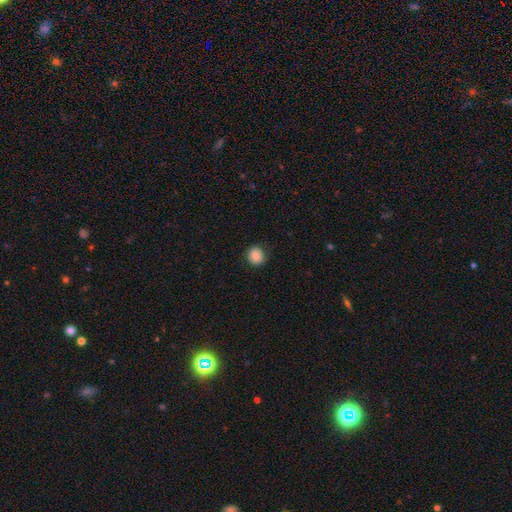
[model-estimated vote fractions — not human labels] A smooth galaxy with no disk features (83%) that is round (91%). Merging: none (88%).